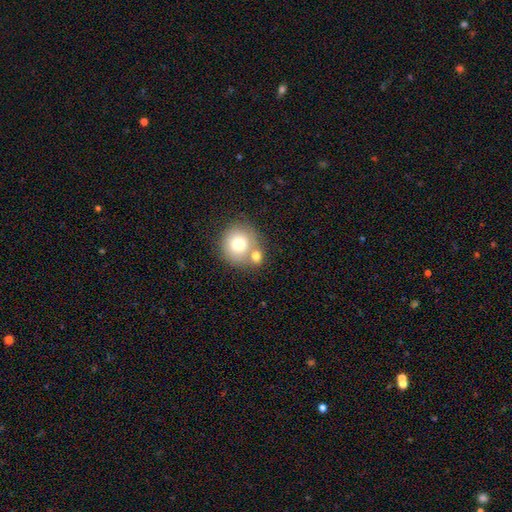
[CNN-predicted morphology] Smooth or featured?
  - smooth: 75% *
  - featured or disk: 16%
  - star or artifact: 10%
How rounded?
  - round: 83% *
  - in between: 16%
  - cigar-shaped: 1%
Merging?
  - none: 48% *
  - merger: 39%
  - minor disturbance: 9%
  - major disturbance: 4%